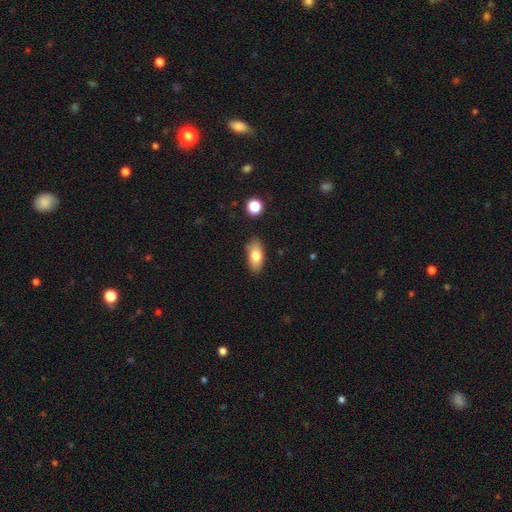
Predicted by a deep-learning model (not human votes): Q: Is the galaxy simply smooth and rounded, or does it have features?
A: smooth — 79%.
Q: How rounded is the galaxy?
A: in between — 89%.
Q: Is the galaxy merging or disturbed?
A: none — 82%.